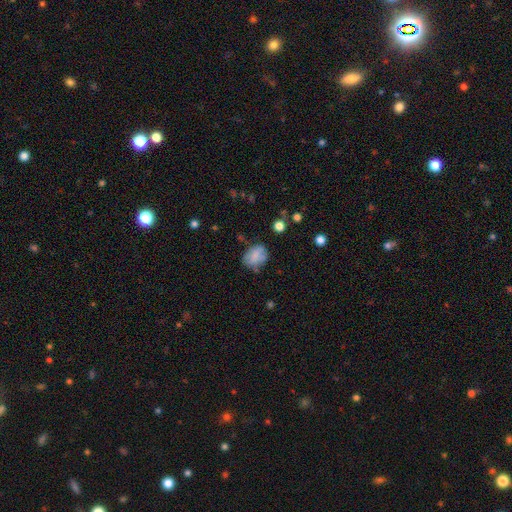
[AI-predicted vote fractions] smooth 74%, featured or disk 16%, star or artifact 9%. Down the decision tree: how rounded — in between (61%); merging — none (57%).